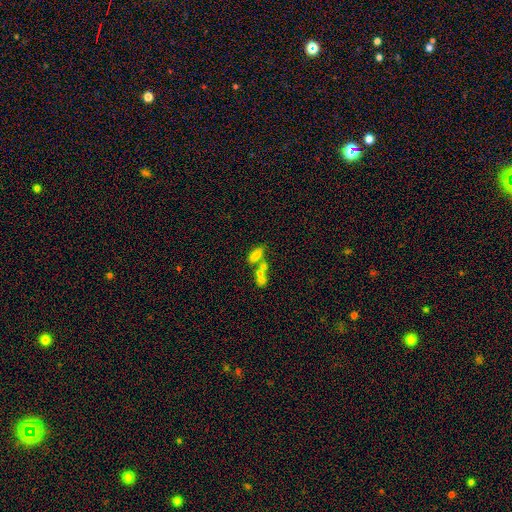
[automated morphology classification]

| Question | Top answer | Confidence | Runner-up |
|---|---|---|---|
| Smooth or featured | smooth | 68% | featured or disk (18%) |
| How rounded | in between | 77% | cigar-shaped (17%) |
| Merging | merger | 51% | none (31%) |